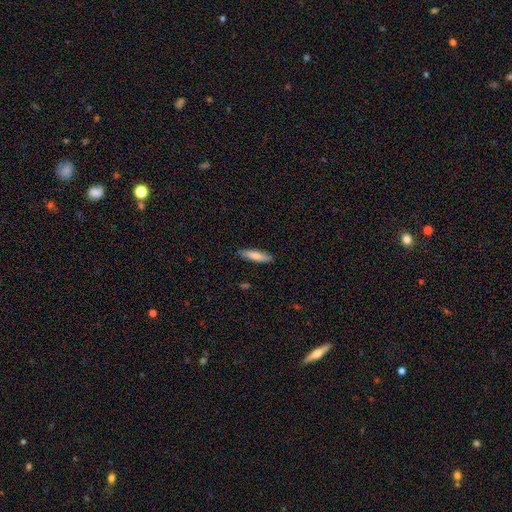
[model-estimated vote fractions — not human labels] smooth 79%, featured or disk 16%, star or artifact 6%. Down the decision tree: how rounded — cigar-shaped (76%); merging — none (86%).